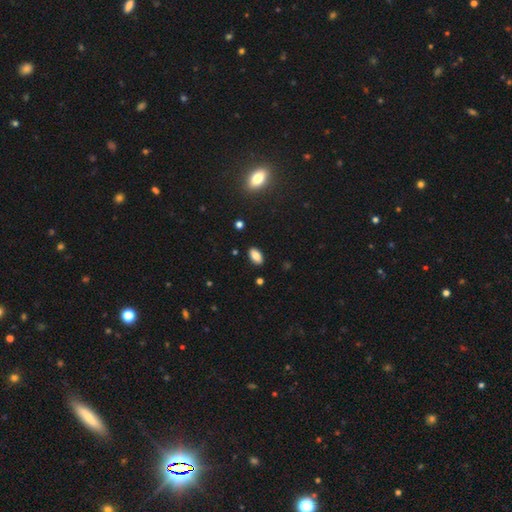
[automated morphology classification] Q: Smooth or featured?
A: smooth (83%); runner-up: star or artifact (10%)
Q: How rounded?
A: in between (92%); runner-up: round (4%)
Q: Merging?
A: none (88%); runner-up: minor disturbance (8%)